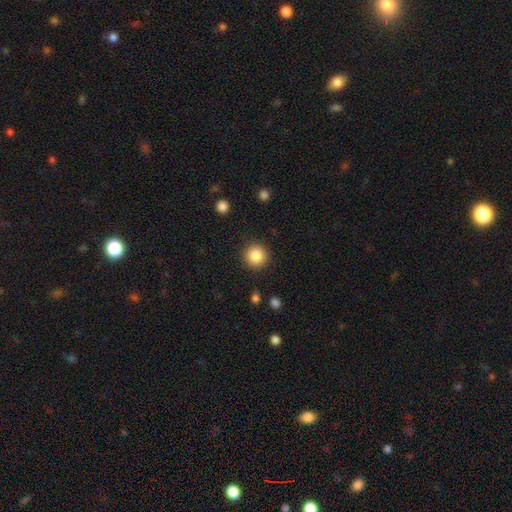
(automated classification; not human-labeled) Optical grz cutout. It shows a smooth galaxy with no disk features (86%) that is round (94%). Merging: none (90%).